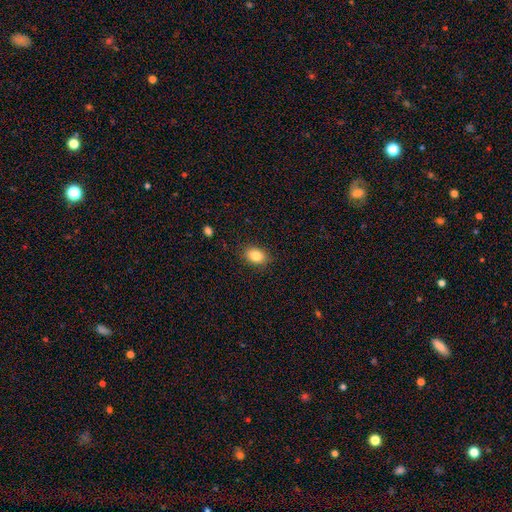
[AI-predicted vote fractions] Morphology: type=smooth (85%); roundness=in between (76%); merging=none (87%).